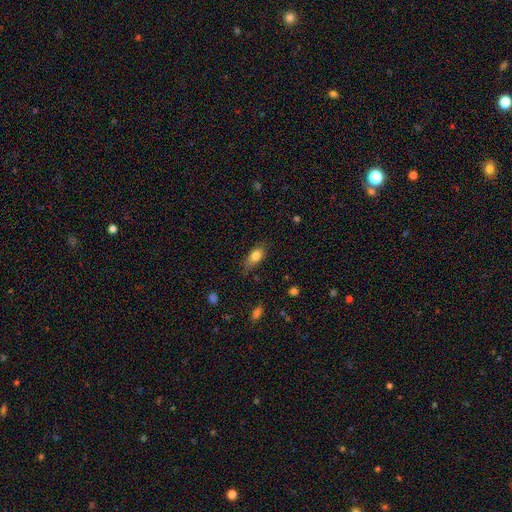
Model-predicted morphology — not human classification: Overall: smooth (81%). How rounded: in between (82%). Merging: none (69%).